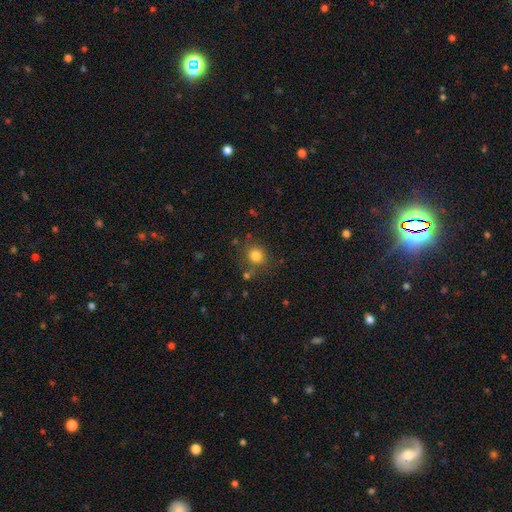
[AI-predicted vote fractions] Smooth or featured: smooth — 82% (star or artifact — 12%)
How rounded: round — 85% (in between — 14%)
Merging: none — 78% (minor disturbance — 11%)